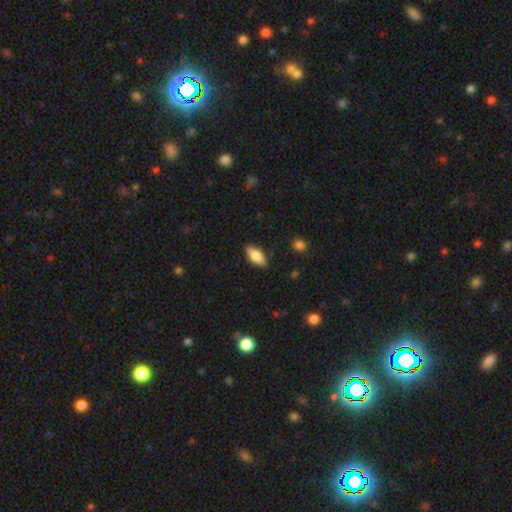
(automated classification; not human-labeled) smooth_or_featured: smooth (p=0.74) [alt: featured or disk p=0.20]
how_rounded: in between (p=0.82) [alt: cigar-shaped p=0.15]
merging: none (p=0.85) [alt: minor disturbance p=0.11]